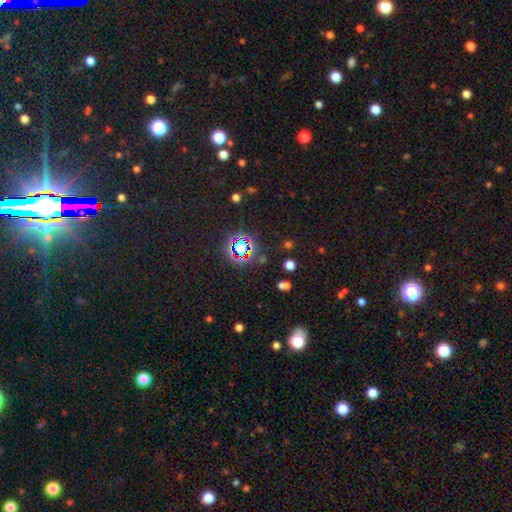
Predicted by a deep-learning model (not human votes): Smooth or featured? Predicted: star or artifact (p=0.76).